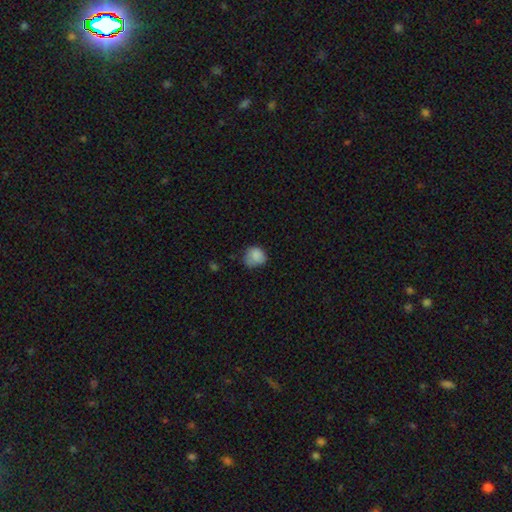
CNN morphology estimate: This appears to be a smooth galaxy with no disk features (84%) that is round (70%). Merging: none (51%).